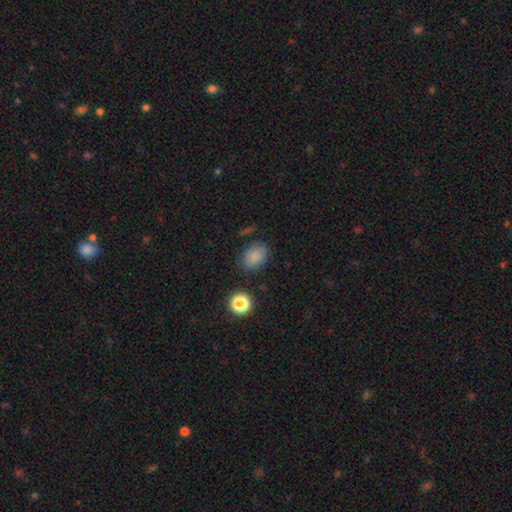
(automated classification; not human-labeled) A smooth galaxy with no disk features (82%) that is in between round and cigar-shaped (65%).

Vote fractions:
- Smooth or featured? smooth: 82% / star or artifact: 12% / featured or disk: 6%
- How rounded? in between: 65% / round: 33% / cigar-shaped: 1%
- Merging? none: 78% / minor disturbance: 14% / major disturbance: 4% / merger: 4%